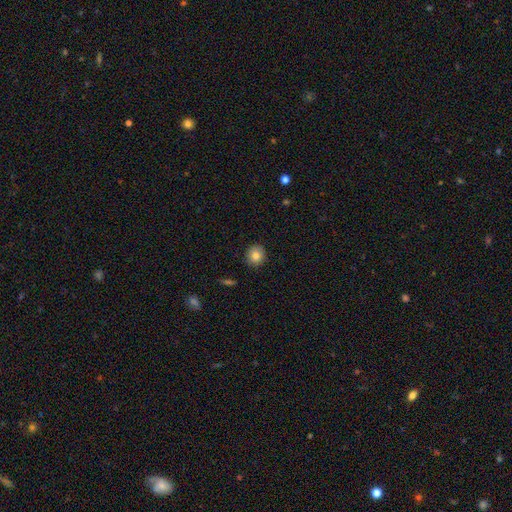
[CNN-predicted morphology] This is clearly a smooth galaxy (82%). How rounded: clearly round (90%). Merging: clearly none (90%).